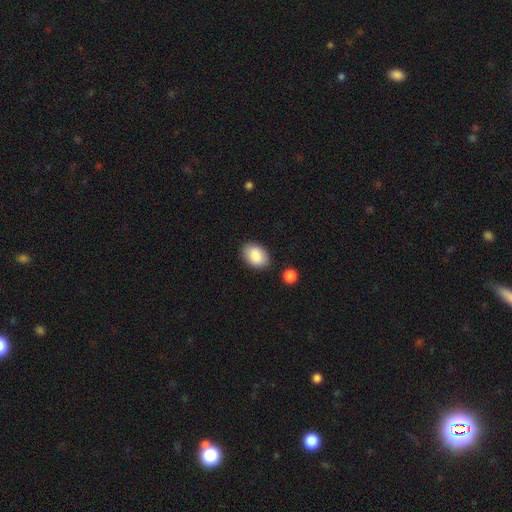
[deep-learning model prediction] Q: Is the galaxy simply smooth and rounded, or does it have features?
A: smooth — 88%.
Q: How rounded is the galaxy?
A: in between — 90%.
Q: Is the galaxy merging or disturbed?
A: none — 85%.